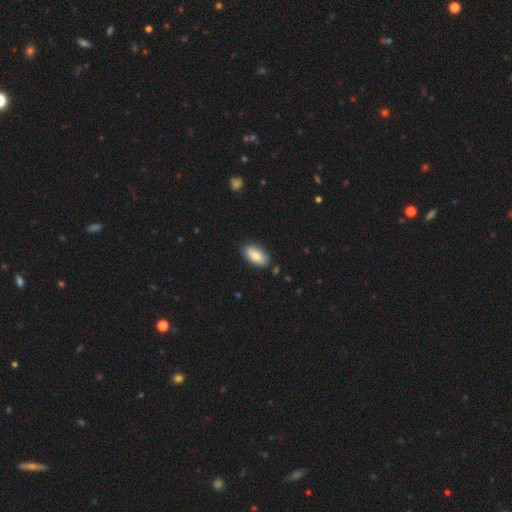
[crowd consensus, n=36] A smooth galaxy with no disk features (89%) that is in between round and cigar-shaped (97%). Merging: none (97%).